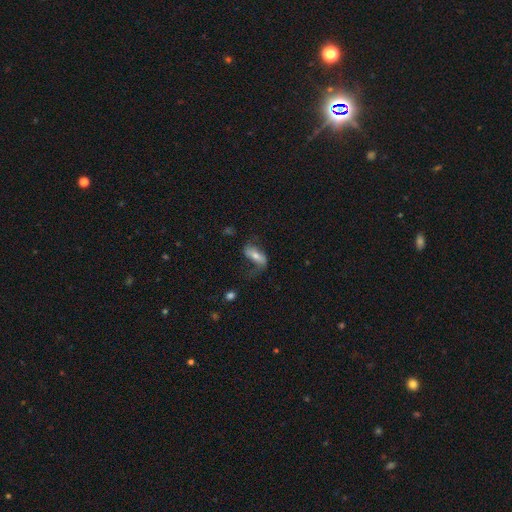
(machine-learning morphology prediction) This is possibly a featured or disk galaxy (47%). Merging: possibly none (51%).